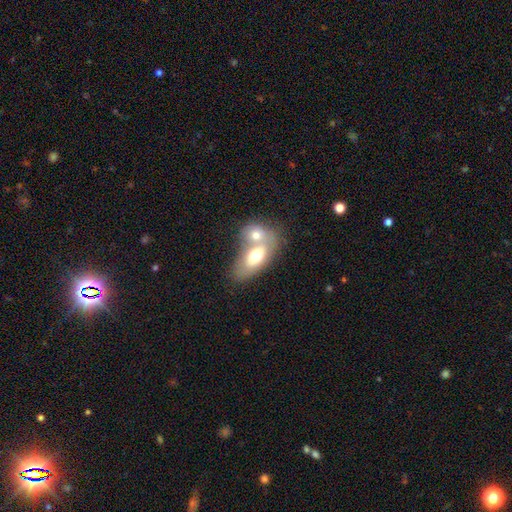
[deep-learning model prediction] This appears to be a smooth galaxy with no disk features (63%) that is in between round and cigar-shaped (86%). Merging: merger (67%).